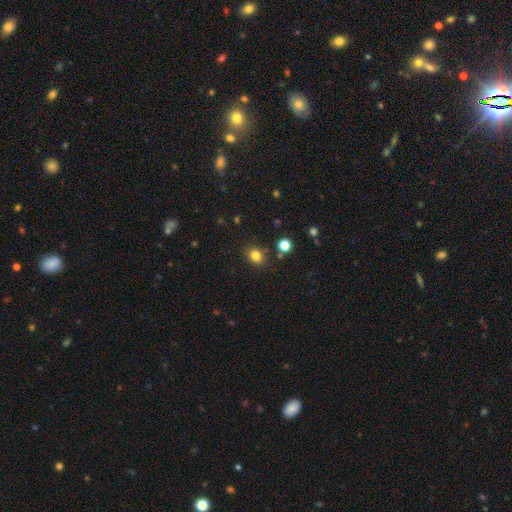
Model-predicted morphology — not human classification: This is clearly a smooth galaxy (81%). How rounded: likely round (61%). Merging: clearly none (83%).